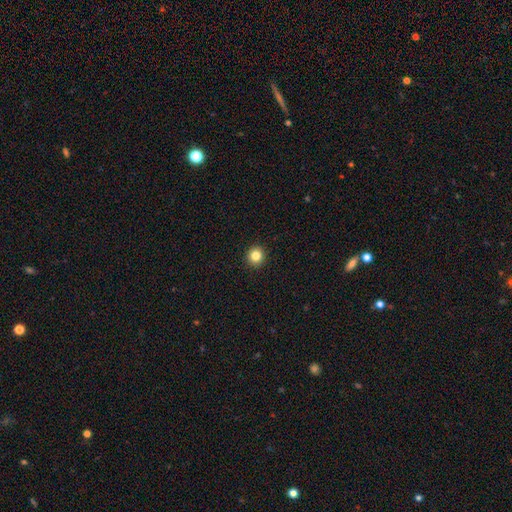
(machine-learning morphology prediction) The model was most divided on "smooth or featured": smooth: 83%, star or artifact: 12%, featured or disk: 5%. More confident: merging — none (93%); how rounded — round (93%).